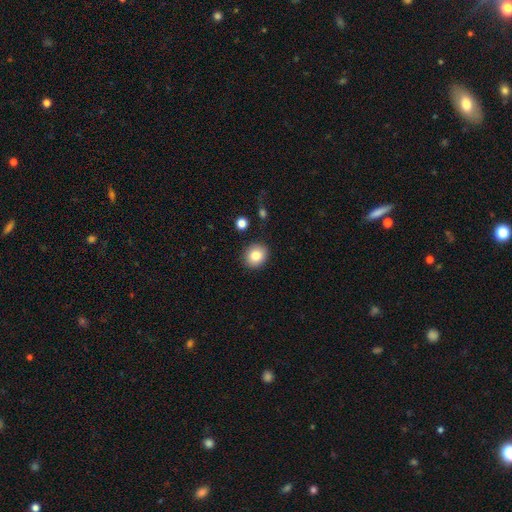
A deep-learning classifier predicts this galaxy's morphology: smooth-or-featured: smooth: 84% | star or artifact: 9% | featured or disk: 7%
  how-rounded: round: 78% | in between: 21% | cigar-shaped: 1%
  merging: none: 89% | minor disturbance: 7% | major disturbance: 2% | merger: 2%